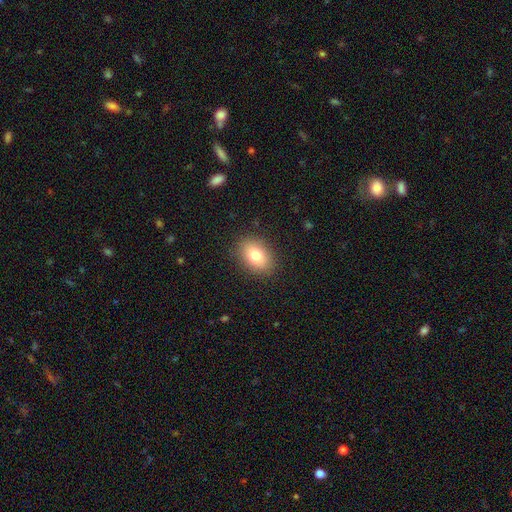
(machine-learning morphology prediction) Smooth or featured? Predicted: smooth (p=0.79). How rounded? Predicted: in between (p=0.79). Merging? Predicted: none (p=0.87).